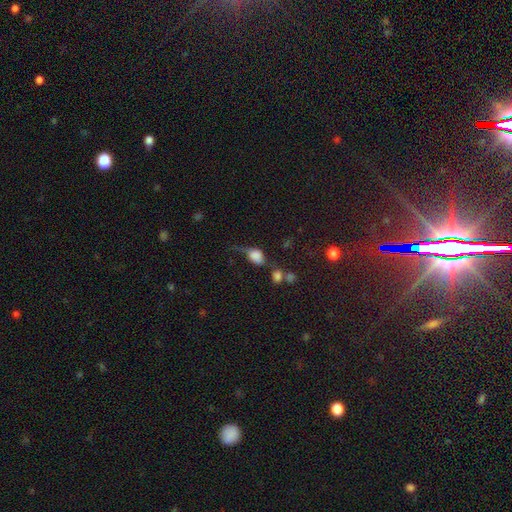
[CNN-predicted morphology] A smooth galaxy with no disk features (70%) that is in between round and cigar-shaped (62%).

Vote fractions:
- Smooth or featured? smooth: 70% / featured or disk: 18% / star or artifact: 12%
- How rounded? in between: 62% / round: 34% / cigar-shaped: 3%
- Merging? major disturbance: 34% / minor disturbance: 25% / none: 25% / merger: 15%